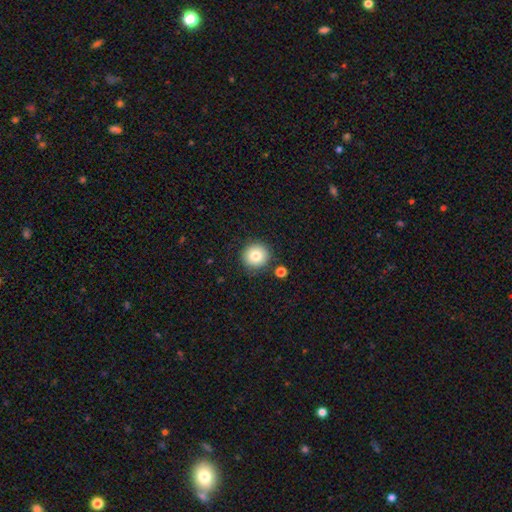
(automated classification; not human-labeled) Overall: smooth (81%). How rounded: round (95%). Merging: none (85%).